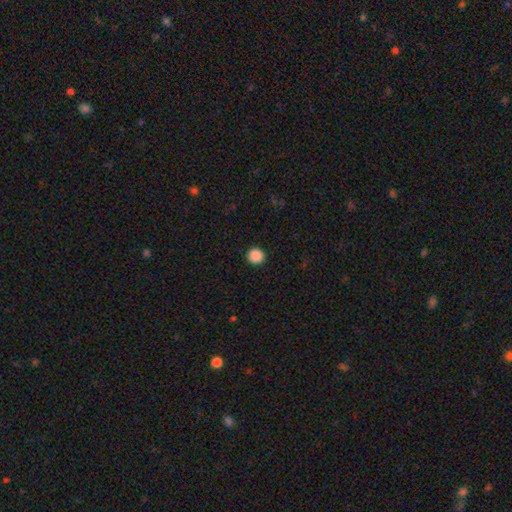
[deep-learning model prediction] Morphology: type=smooth (88%); roundness=round (95%); merging=none (93%).